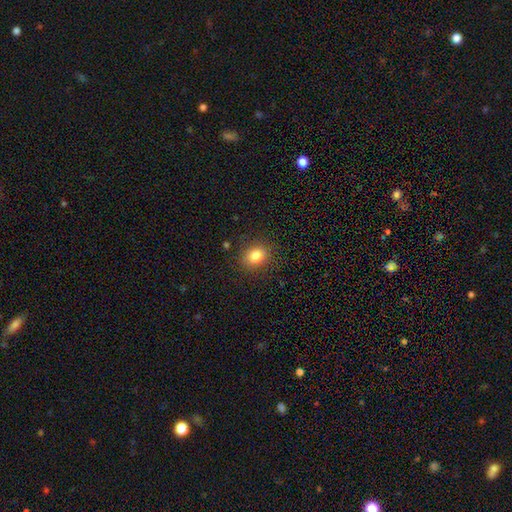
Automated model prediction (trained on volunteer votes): Overall: smooth (83%). How rounded: in between (55%; round 44%). Merging: none (86%).